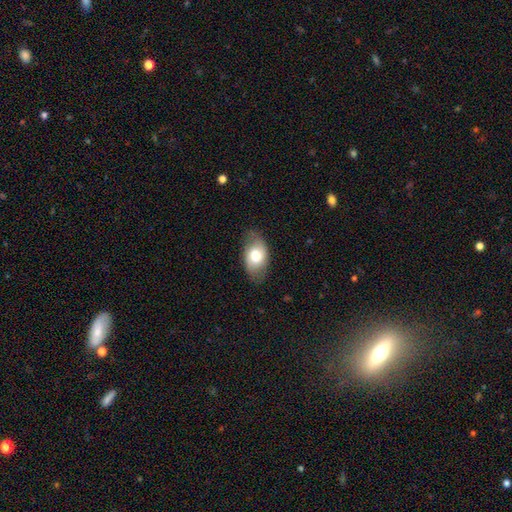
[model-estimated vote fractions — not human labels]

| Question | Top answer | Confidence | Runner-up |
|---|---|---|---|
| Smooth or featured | smooth | 67% | featured or disk (26%) |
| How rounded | in between | 90% | round (9%) |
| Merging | none | 74% | minor disturbance (20%) |